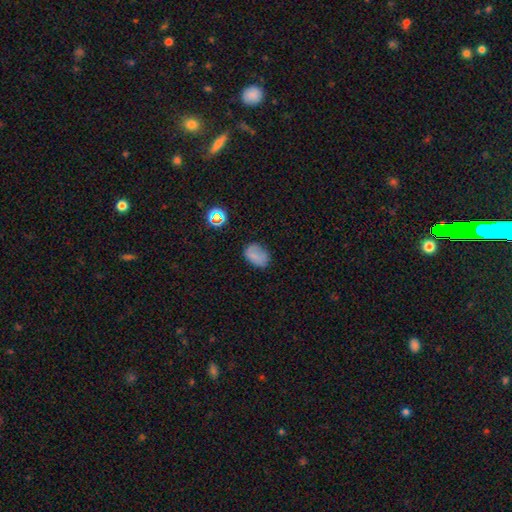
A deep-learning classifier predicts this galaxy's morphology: This appears to be a smooth galaxy with no disk features (75%) that is in between round and cigar-shaped (80%). Merging: none (72%).